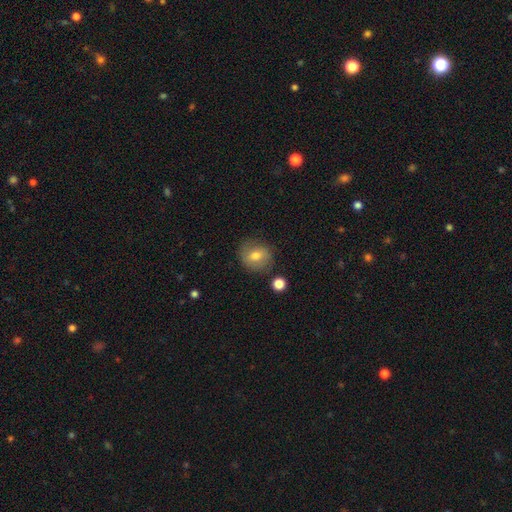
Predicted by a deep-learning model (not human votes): Overall: smooth (69%). How rounded: round (77%). Merging: none (78%).